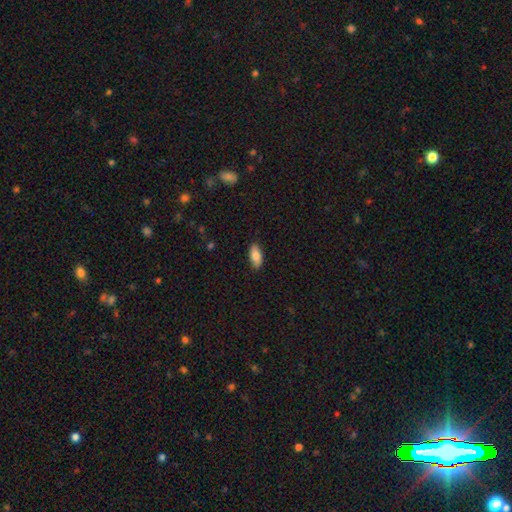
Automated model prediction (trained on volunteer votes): Overall: smooth (82%). How rounded: in between (86%). Merging: none (86%).